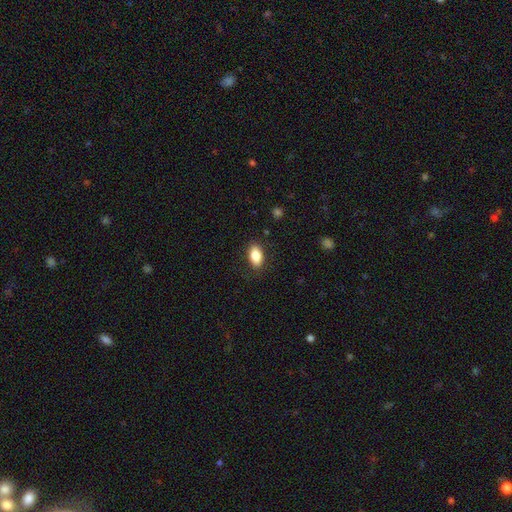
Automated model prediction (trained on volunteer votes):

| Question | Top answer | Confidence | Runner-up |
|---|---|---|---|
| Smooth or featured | smooth | 84% | featured or disk (9%) |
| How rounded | in between | 91% | round (6%) |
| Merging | none | 86% | minor disturbance (10%) |